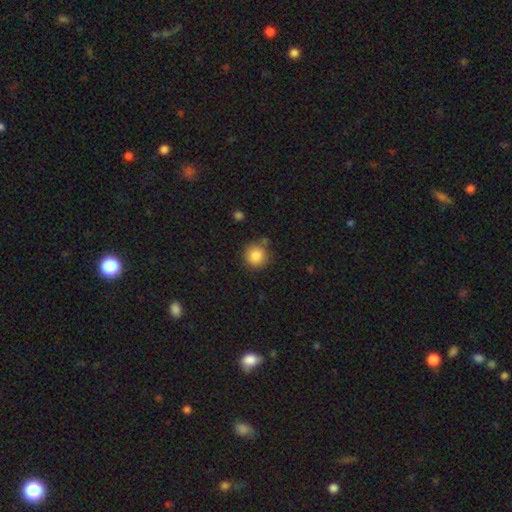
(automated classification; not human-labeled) Smooth or featured: smooth — 86% (star or artifact — 9%)
How rounded: round — 93% (in between — 6%)
Merging: none — 83% (minor disturbance — 10%)